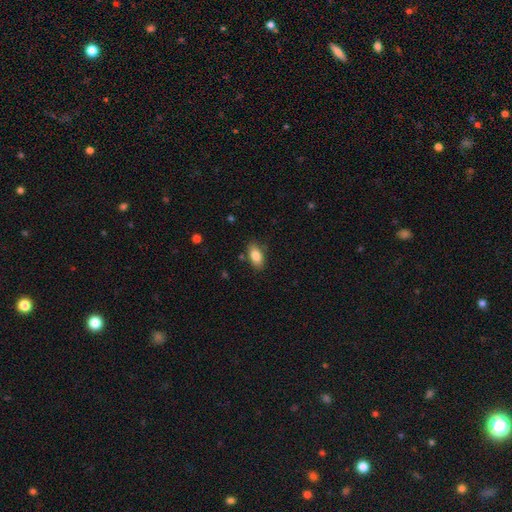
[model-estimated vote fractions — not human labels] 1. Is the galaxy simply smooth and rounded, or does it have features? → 84% smooth, 9% featured or disk, 7% star or artifact.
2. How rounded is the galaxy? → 90% in between, 5% cigar-shaped, 4% round.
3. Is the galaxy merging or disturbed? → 82% none, 13% minor disturbance, 3% major disturbance, 2% merger.